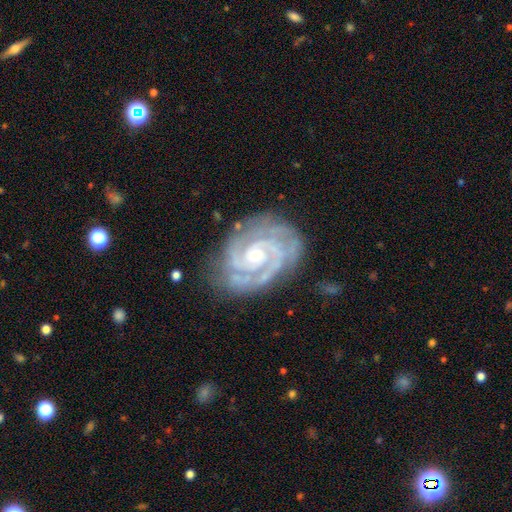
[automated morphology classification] A featured or disk galaxy (92%) with no bar (66%), 2 (50%) tight (74%) spiral arms (99%) and a small central bulge (66%). Merging: none (77%).